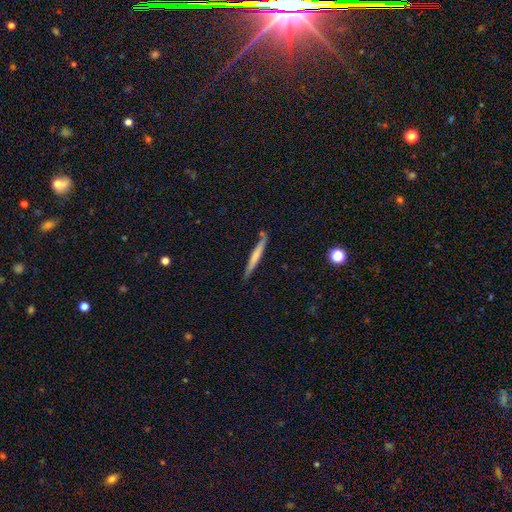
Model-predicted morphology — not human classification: Smooth or featured? smooth (58%)
How rounded? cigar-shaped (96%)
Merging? none (78%)